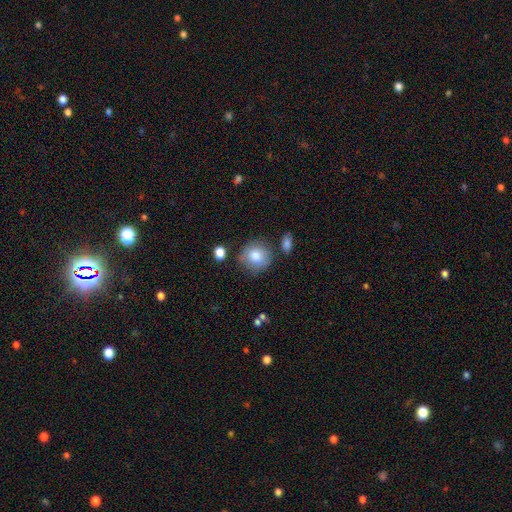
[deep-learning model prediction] Smooth or featured? smooth (81%)
How rounded? round (89%)
Merging? none (75%)